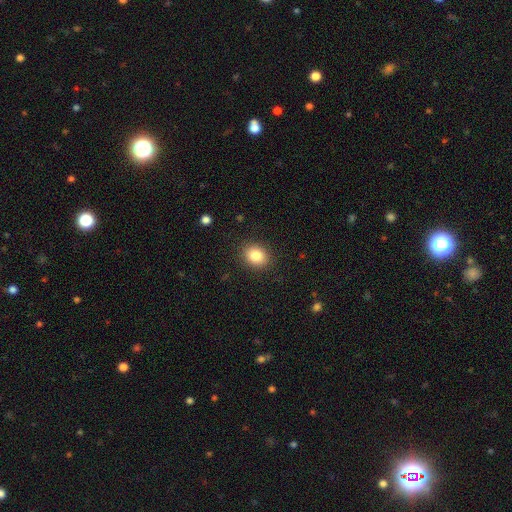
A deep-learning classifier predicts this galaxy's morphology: smooth_or_featured: smooth (p=0.84) [alt: star or artifact p=0.10]
how_rounded: round (p=0.56) [alt: in between p=0.43]
merging: none (p=0.89) [alt: minor disturbance p=0.08]